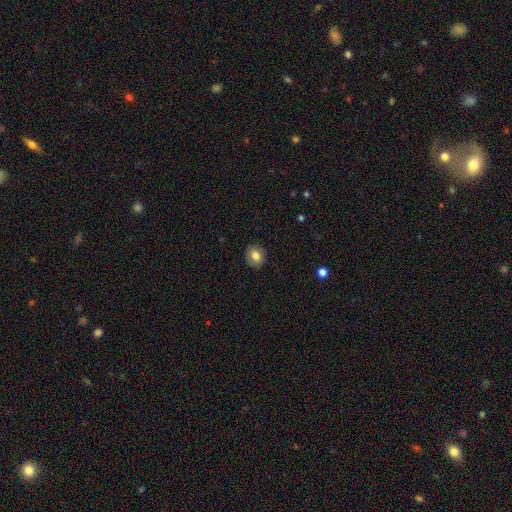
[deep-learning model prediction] smooth 80%, featured or disk 11%, star or artifact 9%. Down the decision tree: how rounded — round (71%); merging — none (87%).